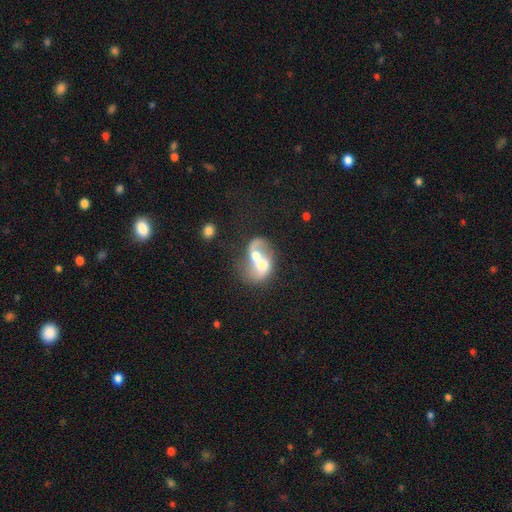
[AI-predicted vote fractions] This appears to be a featured or disk galaxy (57%) with no bar (74%), spiral arms (58%) and a moderate central bulge (59%). Merging: merger (76%).